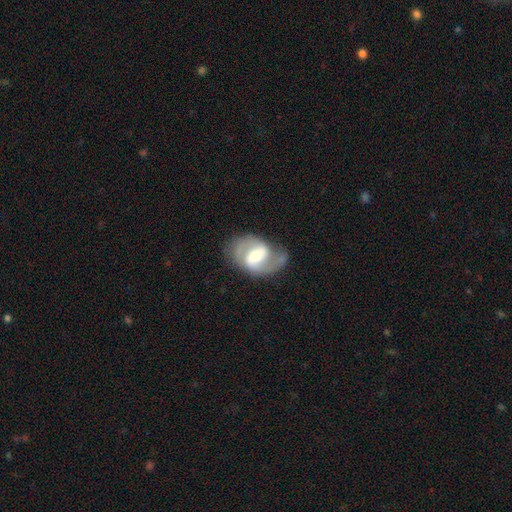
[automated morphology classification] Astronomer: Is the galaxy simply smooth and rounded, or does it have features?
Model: featured or disk — 82%.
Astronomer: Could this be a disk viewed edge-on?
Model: no — 97%.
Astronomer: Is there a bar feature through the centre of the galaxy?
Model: weak — 46% (runner-up: strong, 36%).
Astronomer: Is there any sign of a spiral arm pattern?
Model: yes — 92%.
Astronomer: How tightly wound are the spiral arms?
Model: medium — 54%.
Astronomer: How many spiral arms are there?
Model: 2 — 89%.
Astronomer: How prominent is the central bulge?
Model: moderate — 52%.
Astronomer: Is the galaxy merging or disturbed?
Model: none — 69%.